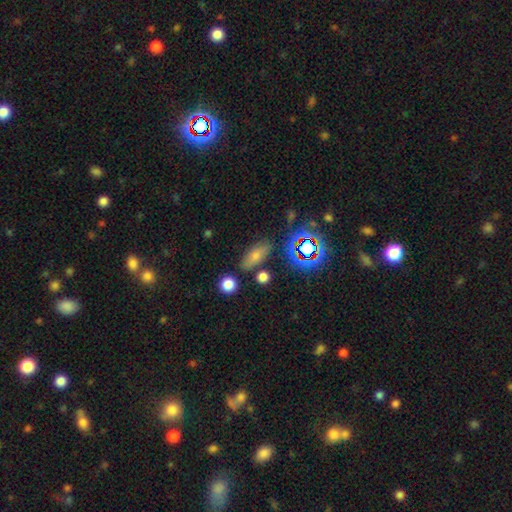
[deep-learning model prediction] Smooth or featured: smooth — 54% (star or artifact — 27%)
How rounded: in between — 65% (cigar-shaped — 22%)
Merging: none — 78% (minor disturbance — 12%)